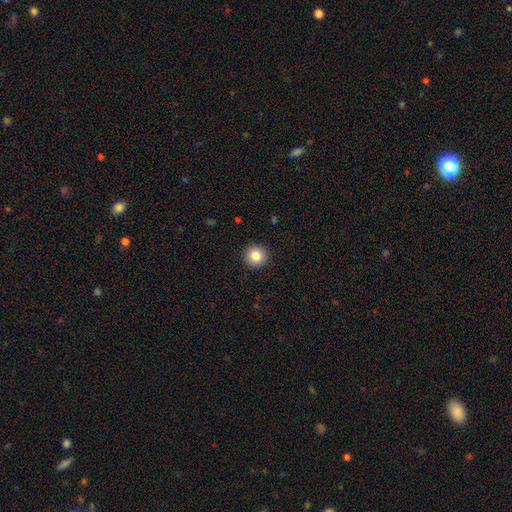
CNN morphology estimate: Smooth or featured? smooth (84%)
How rounded? round (95%)
Merging? none (92%)